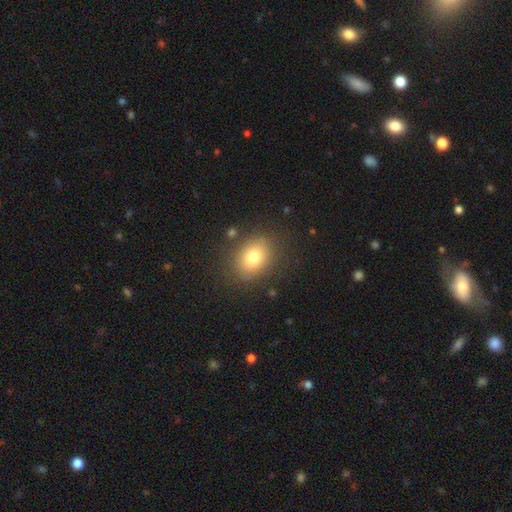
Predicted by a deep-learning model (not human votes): This appears to be a smooth galaxy with no disk features (78%) that is in between round and cigar-shaped (55%). Merging: none (82%).